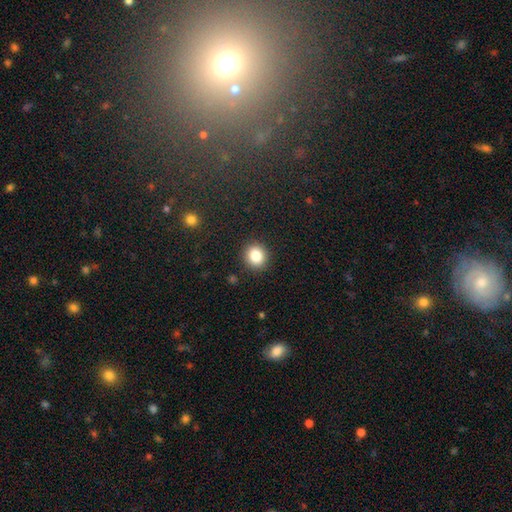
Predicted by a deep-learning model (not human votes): Overall: smooth (84%). How rounded: round (82%). Merging: none (90%).